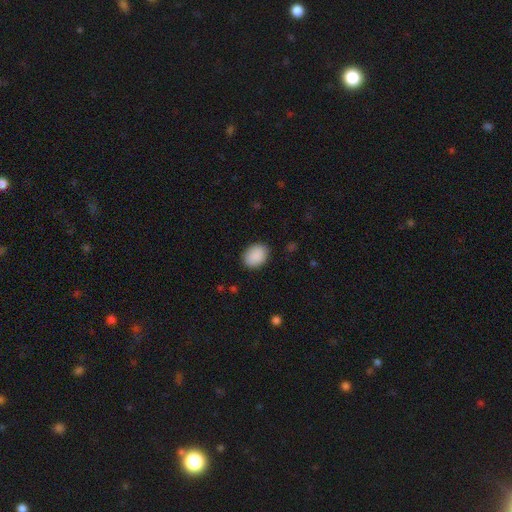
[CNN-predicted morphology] A smooth galaxy with no disk features (90%) that is in between round and cigar-shaped (68%). Merging: none (86%).